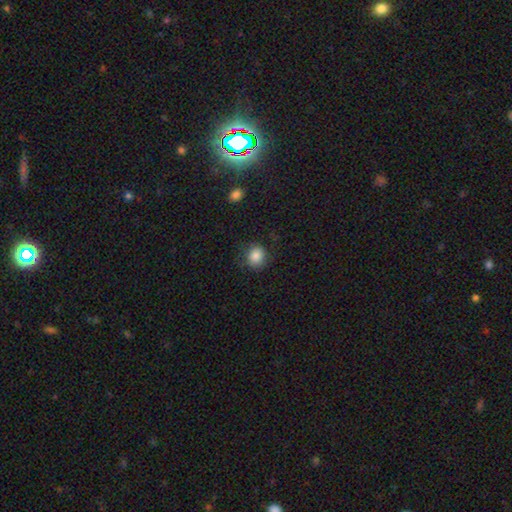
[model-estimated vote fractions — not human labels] Q: Smooth or featured?
A: smooth (86%); runner-up: star or artifact (9%)
Q: How rounded?
A: round (73%); runner-up: in between (26%)
Q: Merging?
A: none (78%); runner-up: minor disturbance (15%)